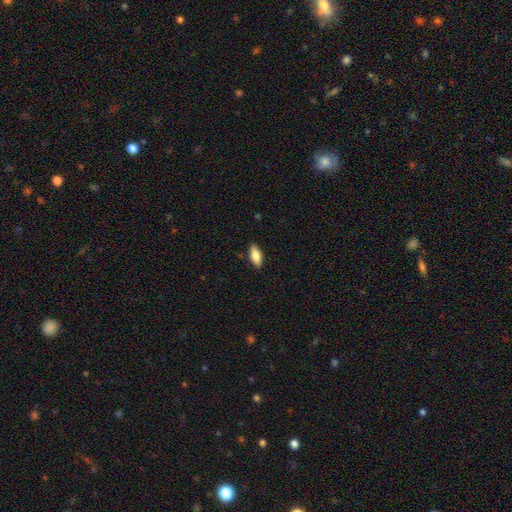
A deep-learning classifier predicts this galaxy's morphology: type=smooth (75%); roundness=in between (84%); merging=none (88%).